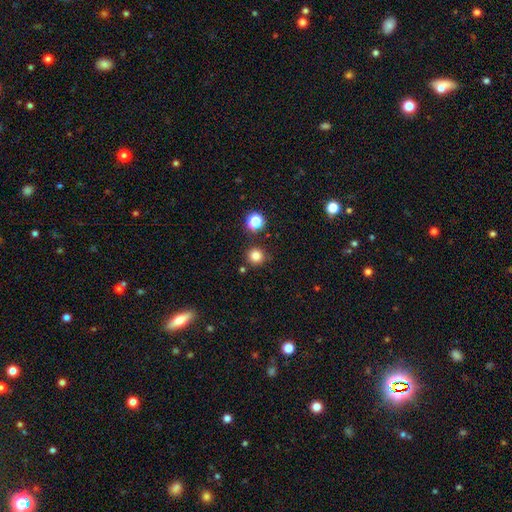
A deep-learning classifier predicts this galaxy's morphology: A smooth galaxy with no disk features (81%) that is round (94%). Merging: none (85%).